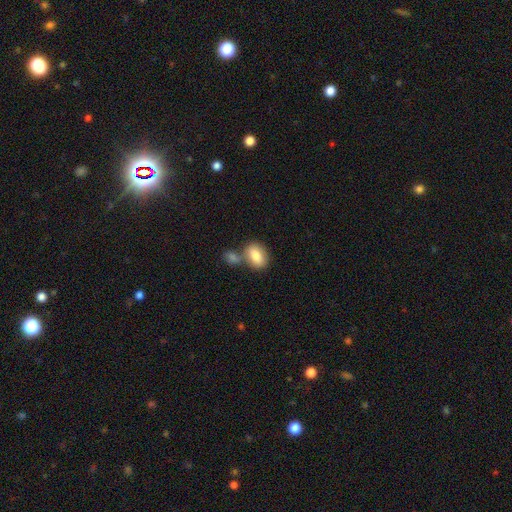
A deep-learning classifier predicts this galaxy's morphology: Overall: smooth (81%). How rounded: in between (83%). Merging: none (49%; merger 36%).